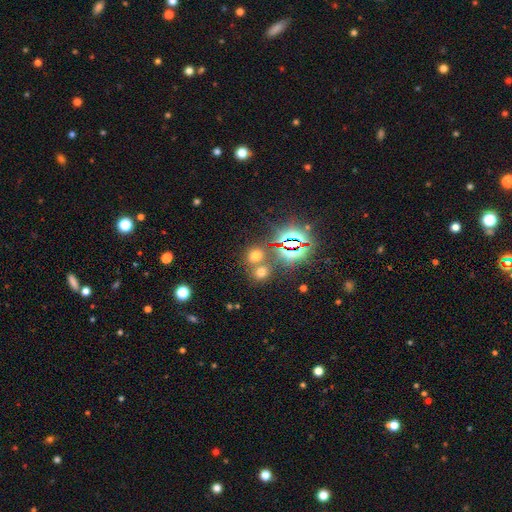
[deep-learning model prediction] Smooth or featured: smooth — 53% (star or artifact — 38%)
How rounded: round — 76% (in between — 22%)
Merging: none — 58% (merger — 31%)